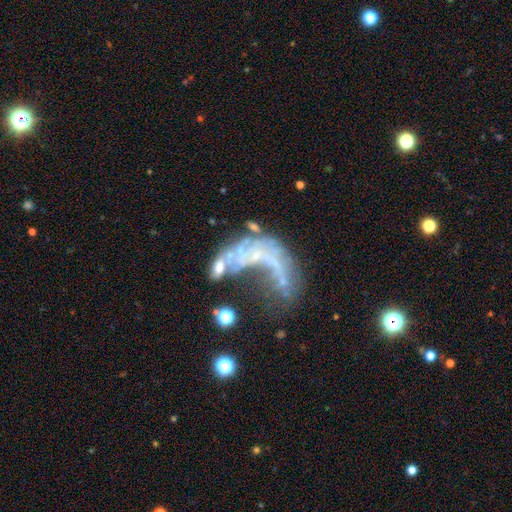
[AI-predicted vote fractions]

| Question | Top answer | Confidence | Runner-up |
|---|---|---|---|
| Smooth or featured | featured or disk | 65% | star or artifact (18%) |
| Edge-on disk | no | 95% | yes (5%) |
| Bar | no | 83% | weak (11%) |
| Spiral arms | no | 77% | yes (23%) |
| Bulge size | none | 71% | small (21%) |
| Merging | major disturbance | 46% | merger (30%) |